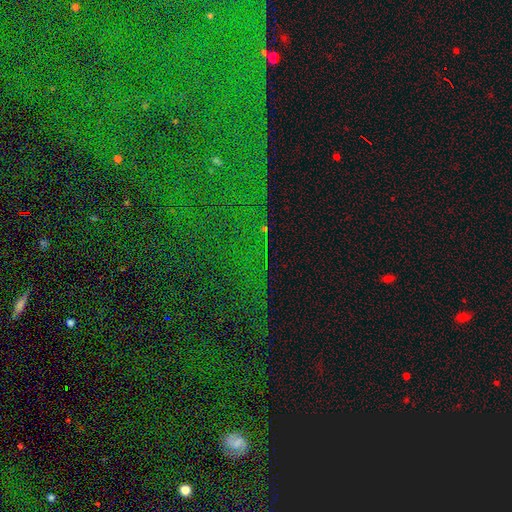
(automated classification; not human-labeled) This is clearly a star or artifact rather than a galaxy (81%).